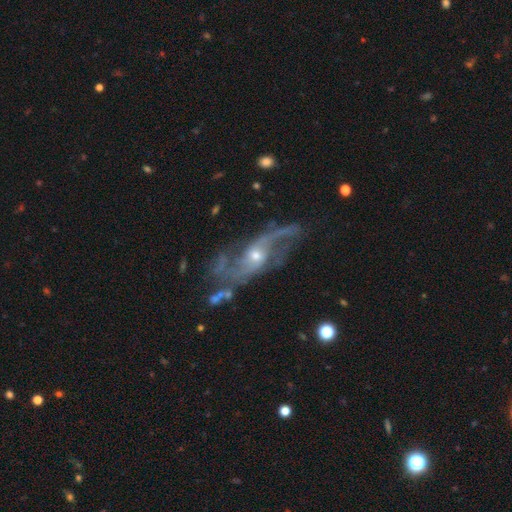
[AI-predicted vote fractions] Smooth or featured?
  - featured or disk: 88% *
  - star or artifact: 7%
  - smooth: 5%
Edge-on disk?
  - no: 92% *
  - yes: 8%
Bar?
  - no: 58% *
  - weak: 31%
  - strong: 10%
Spiral arms?
  - yes: 94% *
  - no: 6%
Spiral winding?
  - loose: 59% *
  - medium: 31%
  - tight: 10%
Spiral arm count?
  - 2: 76% *
  - can't tell: 9%
  - 3: 6%
  - 1: 3%
  - 4: 3%
  - more than 4: 3%
Bulge size?
  - small: 51% *
  - moderate: 45%
  - large: 2%
  - none: 1%
  - dominant: 1%
Merging?
  - none: 62% *
  - minor disturbance: 19%
  - major disturbance: 14%
  - merger: 5%